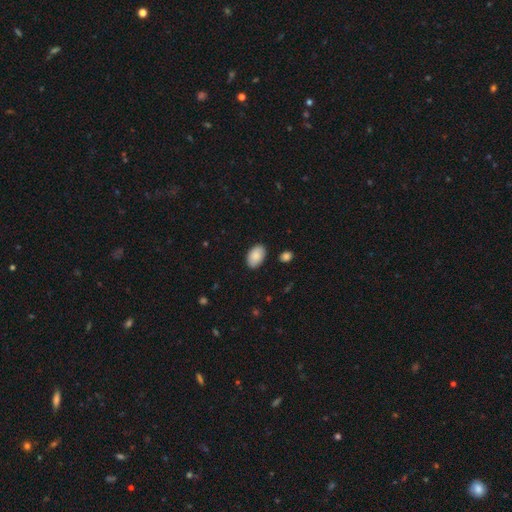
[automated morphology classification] smooth_or_featured: smooth (p=0.89) [alt: star or artifact p=0.06]
how_rounded: in between (p=0.92) [alt: round p=0.07]
merging: none (p=0.87) [alt: minor disturbance p=0.09]